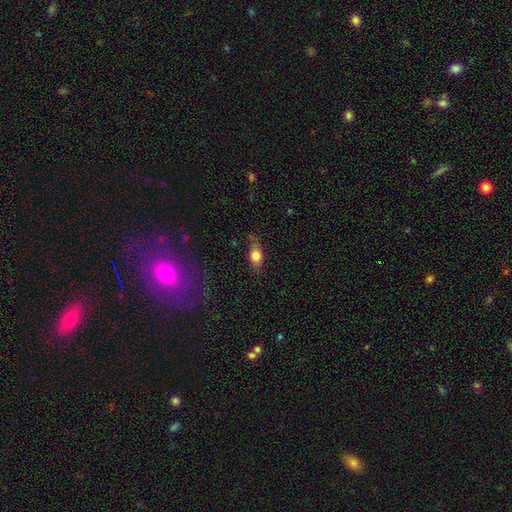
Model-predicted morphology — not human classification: This appears to be a smooth galaxy with no disk features (76%) that is in between round and cigar-shaped (76%). Merging: none (69%).